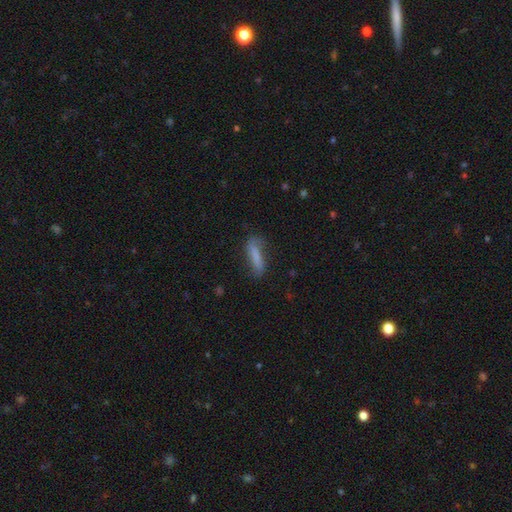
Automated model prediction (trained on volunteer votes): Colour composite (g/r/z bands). It shows a smooth galaxy with no disk features (72%) that is cigar-shaped (71%). Merging: none (69%).